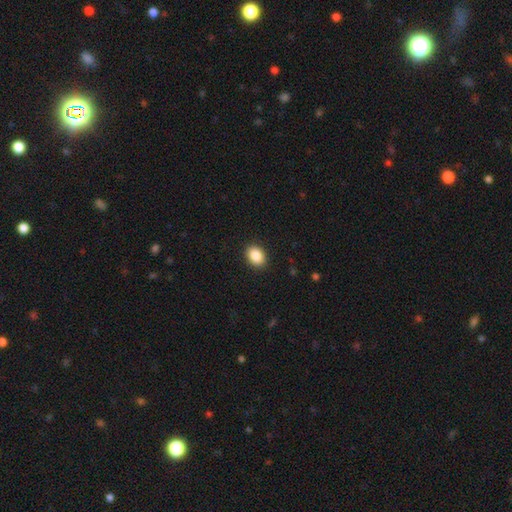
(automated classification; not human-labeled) A smooth galaxy with no disk features (88%) that is in between round and cigar-shaped (71%).

Vote fractions:
- Smooth or featured? smooth: 88% / star or artifact: 8% / featured or disk: 4%
- How rounded? in between: 71% / round: 28% / cigar-shaped: 1%
- Merging? none: 90% / minor disturbance: 7% / major disturbance: 2% / merger: 1%